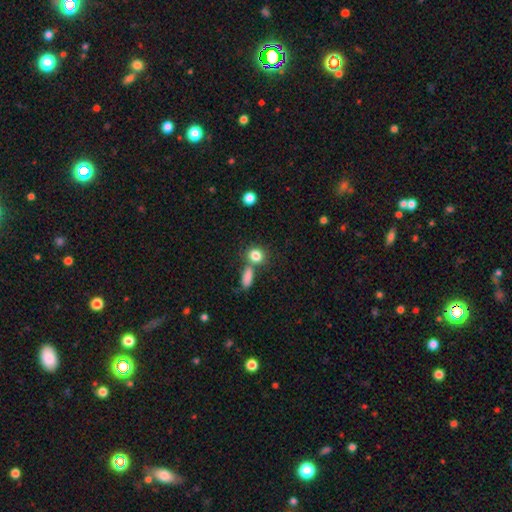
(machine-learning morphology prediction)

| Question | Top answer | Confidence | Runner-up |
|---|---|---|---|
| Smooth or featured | smooth | 83% | star or artifact (10%) |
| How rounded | round | 68% | in between (29%) |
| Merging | none | 58% | merger (27%) |